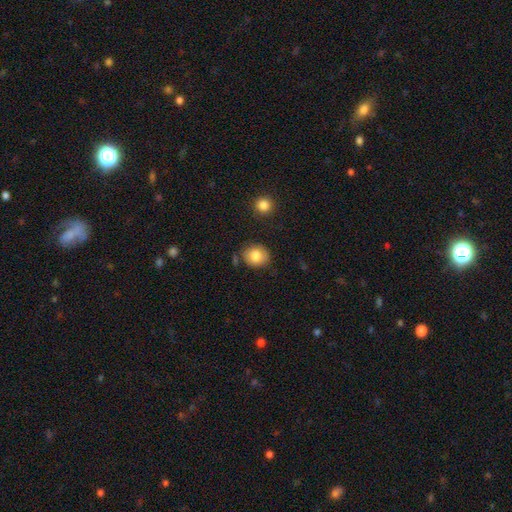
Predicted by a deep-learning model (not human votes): Smooth or featured? Predicted: smooth (p=0.82). How rounded? Predicted: round (p=0.69). Merging? Predicted: none (p=0.78).